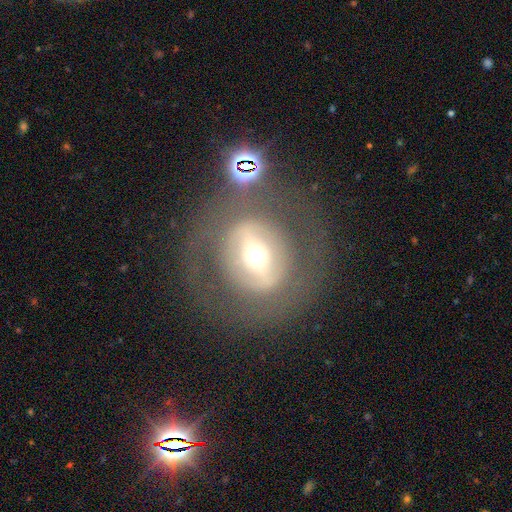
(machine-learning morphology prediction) type=featured or disk (59%); edge-on=no (89%); bar=strong (52%); spiral arms=no (79%); bulge=moderate (63%); merging=none (70%).